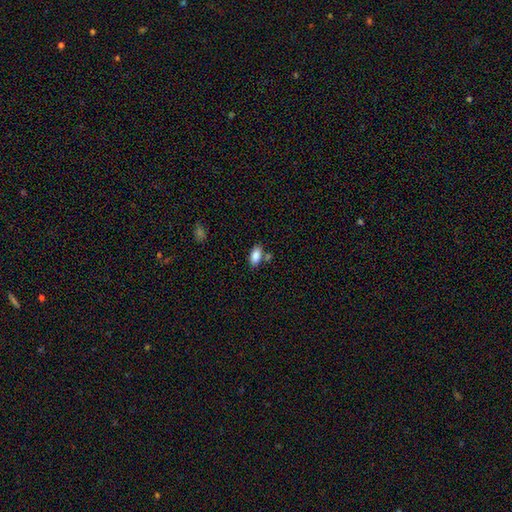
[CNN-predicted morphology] type=smooth (87%); roundness=in between (92%); merging=none (70%).